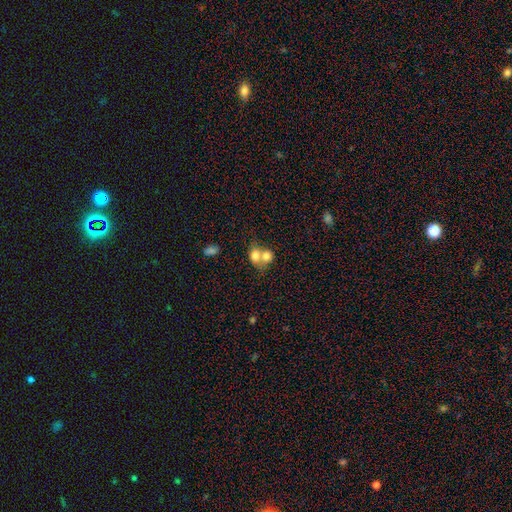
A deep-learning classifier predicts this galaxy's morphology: Overall: smooth (74%). How rounded: round (55%; in between 44%). Merging: merger (72%).